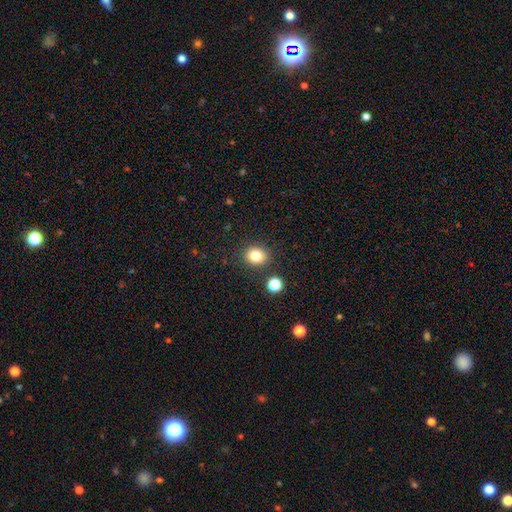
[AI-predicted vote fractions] This is clearly a smooth galaxy (81%). How rounded: likely round (65%). Merging: clearly none (86%).